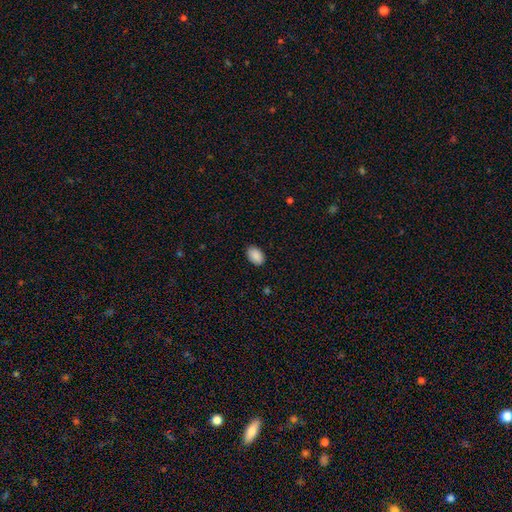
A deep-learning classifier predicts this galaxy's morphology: This appears to be a smooth galaxy with no disk features (90%) that is in between round and cigar-shaped (88%). Merging: none (88%).